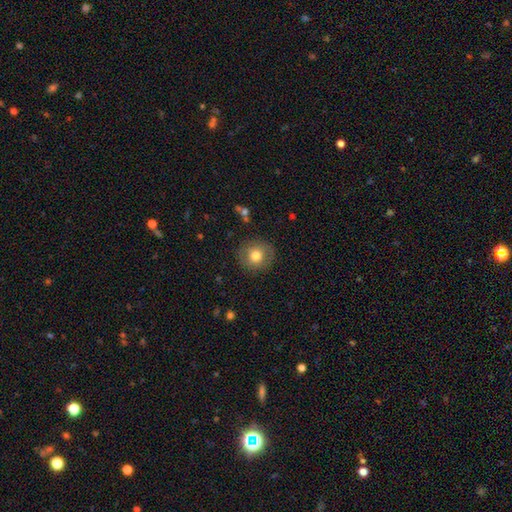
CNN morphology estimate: type=smooth (73%); roundness=round (89%); merging=none (87%).